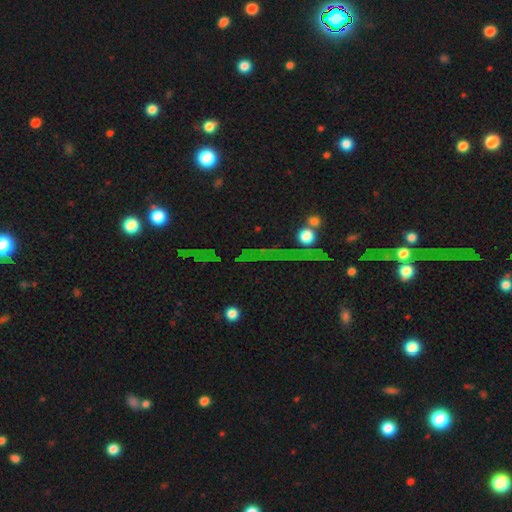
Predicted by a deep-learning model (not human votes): Overall: star or artifact (63%).